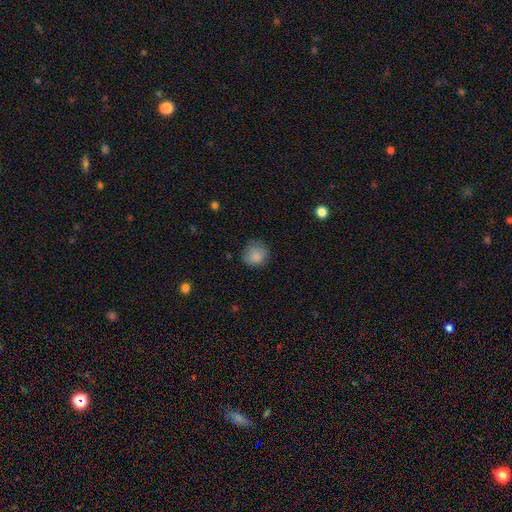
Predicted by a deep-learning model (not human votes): Smooth or featured? smooth (85%)
How rounded? round (84%)
Merging? none (76%)